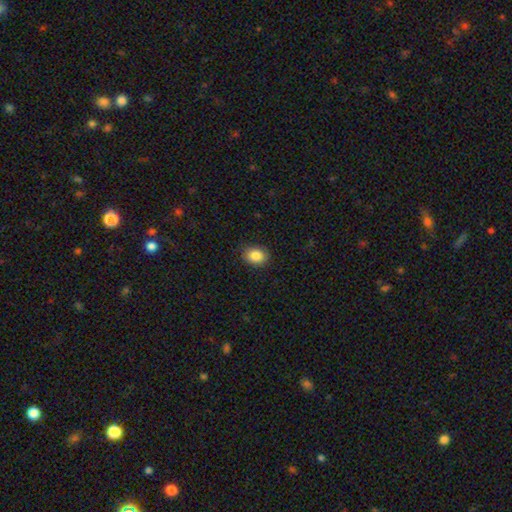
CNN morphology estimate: smooth 86%, star or artifact 9%, featured or disk 5%. Down the decision tree: how rounded — in between (59%); merging — none (88%).